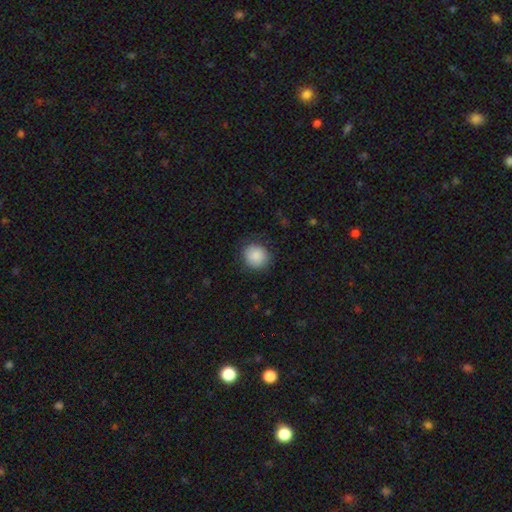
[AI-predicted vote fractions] A smooth galaxy with no disk features (89%) that is round (87%).

Vote fractions:
- Smooth or featured? smooth: 89% / star or artifact: 8% / featured or disk: 4%
- How rounded? round: 87% / in between: 12% / cigar-shaped: 1%
- Merging? none: 86% / minor disturbance: 10% / major disturbance: 3% / merger: 1%